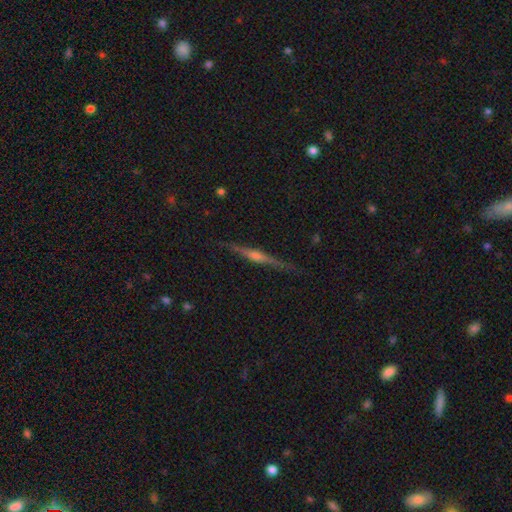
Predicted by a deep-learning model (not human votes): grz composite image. It shows a featured or disk galaxy (82%) viewed edge-on (98%) with a rounded central bulge (86%). Merging: none (90%).